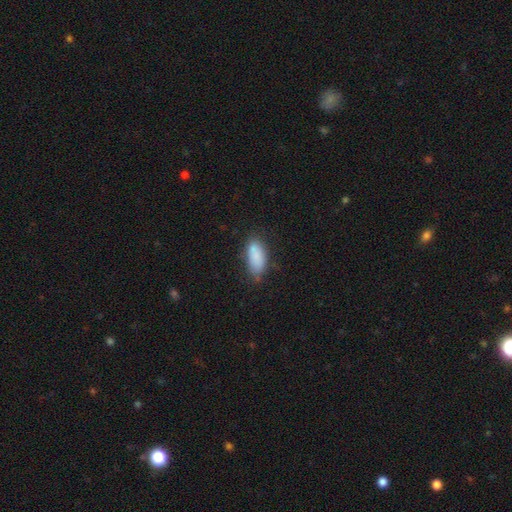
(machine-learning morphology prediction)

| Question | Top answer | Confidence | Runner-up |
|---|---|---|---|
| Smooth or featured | smooth | 87% | star or artifact (7%) |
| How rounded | in between | 85% | cigar-shaped (13%) |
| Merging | none | 69% | minor disturbance (24%) |